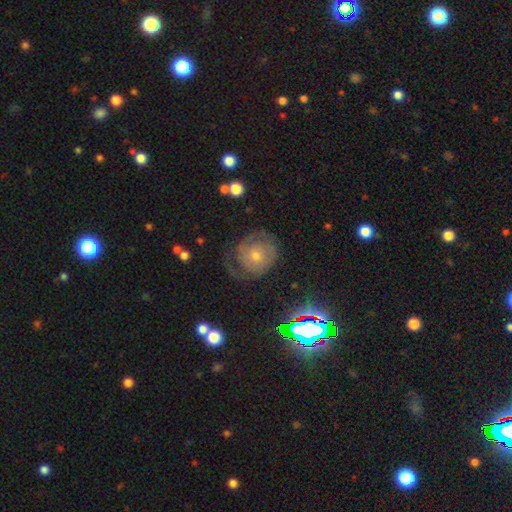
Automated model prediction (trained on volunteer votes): featured or disk 69%, smooth 20%, star or artifact 11%. Down the decision tree: edge-on disk — no (97%); bar — no (80%); spiral arms — yes (88%); spiral arm count — 2 (42%); spiral winding — tight (65%); bulge size — small (54%); merging — none (67%).